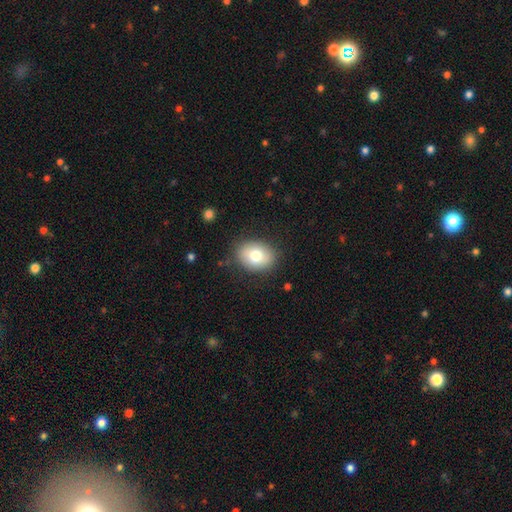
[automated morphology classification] Q: Smooth or featured?
A: smooth (76%); runner-up: featured or disk (16%)
Q: How rounded?
A: in between (65%); runner-up: round (34%)
Q: Merging?
A: none (84%); runner-up: minor disturbance (11%)